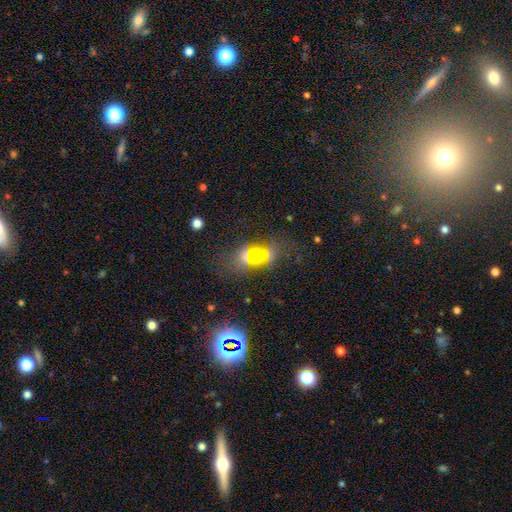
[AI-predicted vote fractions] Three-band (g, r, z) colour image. It shows a smooth galaxy with no disk features (50%) that is in between round and cigar-shaped (51%). Merging: none (63%).